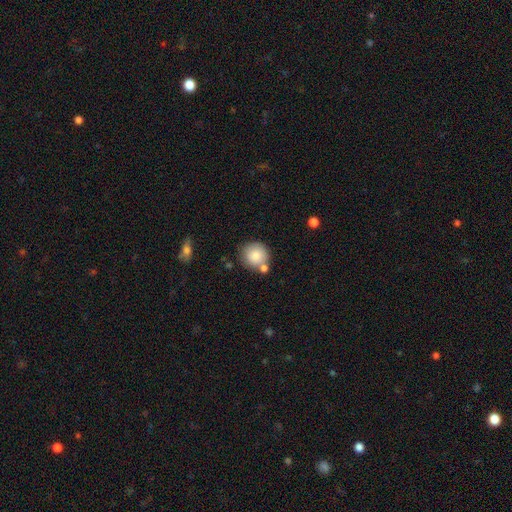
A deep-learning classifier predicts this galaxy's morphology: smooth-or-featured: smooth: 82% | featured or disk: 9% | star or artifact: 8%
  how-rounded: round: 90% | in between: 9% | cigar-shaped: 1%
  merging: none: 68% | merger: 16% | minor disturbance: 13% | major disturbance: 3%